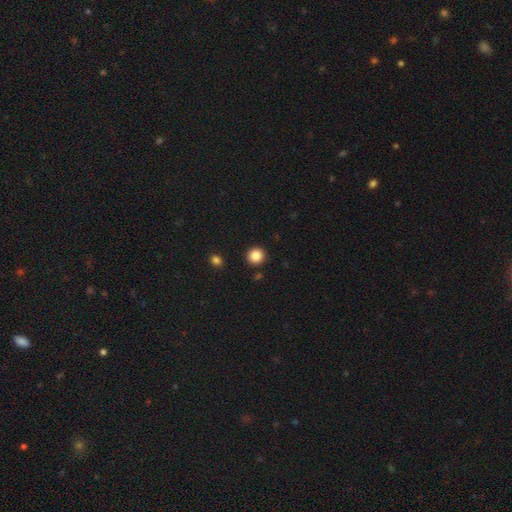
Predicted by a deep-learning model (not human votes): Morphology: type=smooth (87%); roundness=round (92%); merging=none (91%).